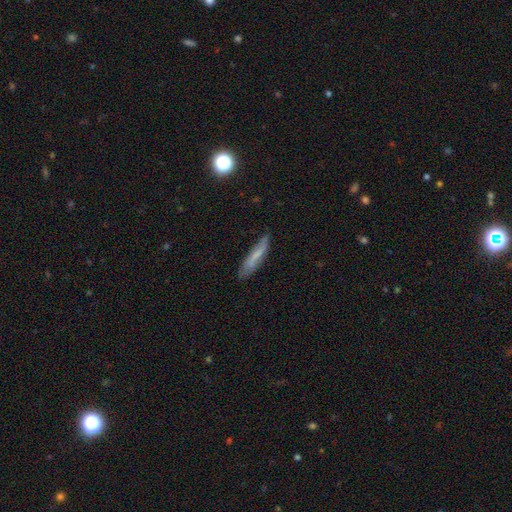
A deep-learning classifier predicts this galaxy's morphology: smooth-or-featured: smooth: 57% | featured or disk: 34% | star or artifact: 9%
  how-rounded: cigar-shaped: 81% | in between: 17% | round: 2%
  merging: none: 70% | minor disturbance: 22% | major disturbance: 6% | merger: 2%